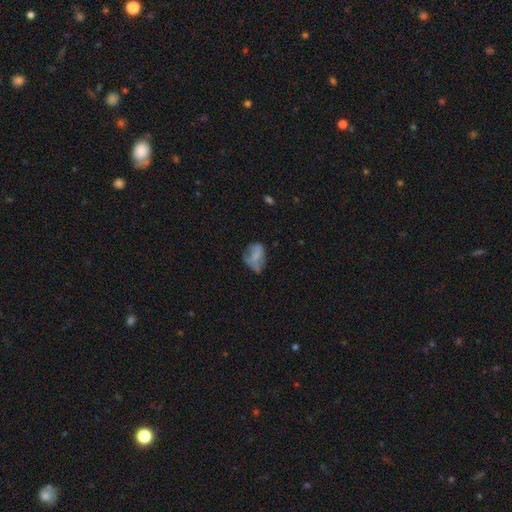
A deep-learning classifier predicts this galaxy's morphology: Q: Smooth or featured?
A: smooth (55%); runner-up: featured or disk (33%)
Q: How rounded?
A: in between (78%); runner-up: round (20%)
Q: Merging?
A: major disturbance (32%); tied with: none (32%)